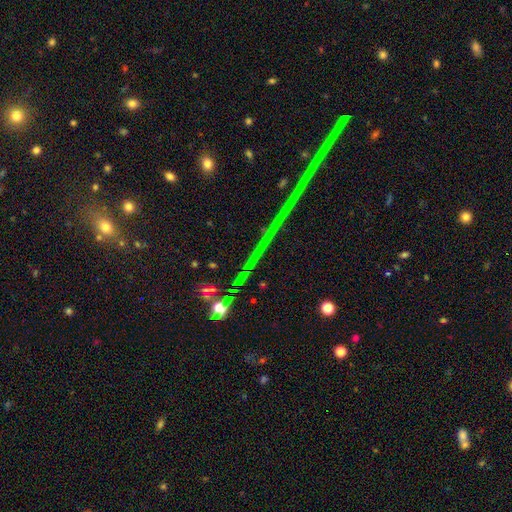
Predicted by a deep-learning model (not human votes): The model was most divided on "smooth or featured": star or artifact: 79%, featured or disk: 13%, smooth: 8%.